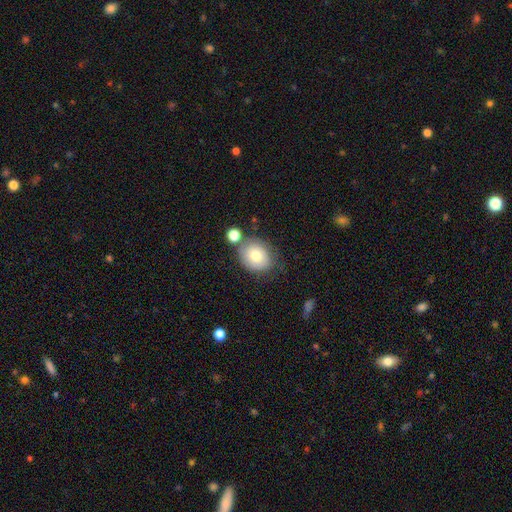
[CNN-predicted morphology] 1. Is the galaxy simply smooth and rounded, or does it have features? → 75% smooth, 17% featured or disk, 9% star or artifact.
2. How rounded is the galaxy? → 62% round, 37% in between, 1% cigar-shaped.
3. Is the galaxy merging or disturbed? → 60% none, 19% minor disturbance, 15% merger, 7% major disturbance.